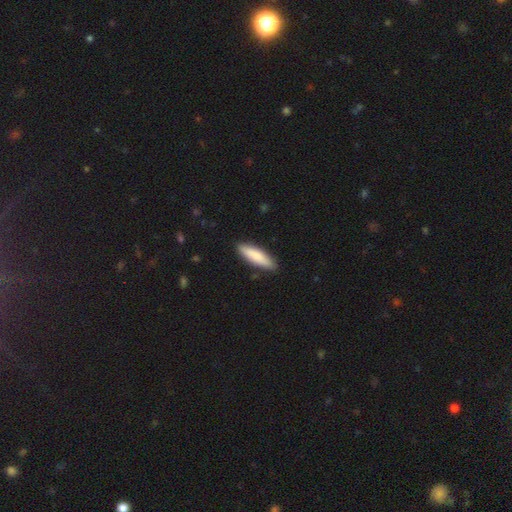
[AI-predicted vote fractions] A smooth galaxy with no disk features (82%) that is cigar-shaped (68%). Merging: none (88%).